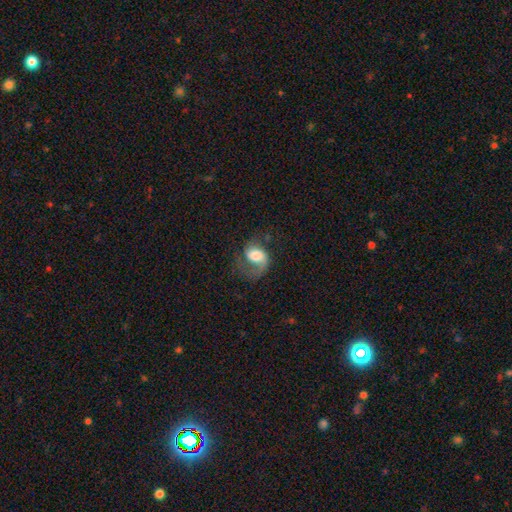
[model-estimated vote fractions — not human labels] Q: Smooth or featured?
A: featured or disk (63%); runner-up: smooth (29%)
Q: Edge-on disk?
A: no (98%); runner-up: yes (2%)
Q: Bar?
A: no (54%); runner-up: weak (35%)
Q: Spiral arms?
A: yes (91%); runner-up: no (9%)
Q: Spiral winding?
A: loose (44%); runner-up: medium (41%)
Q: Spiral arm count?
A: 1 (57%); runner-up: 2 (37%)
Q: Bulge size?
A: large (40%); runner-up: moderate (37%)
Q: Merging?
A: none (42%); runner-up: major disturbance (35%)